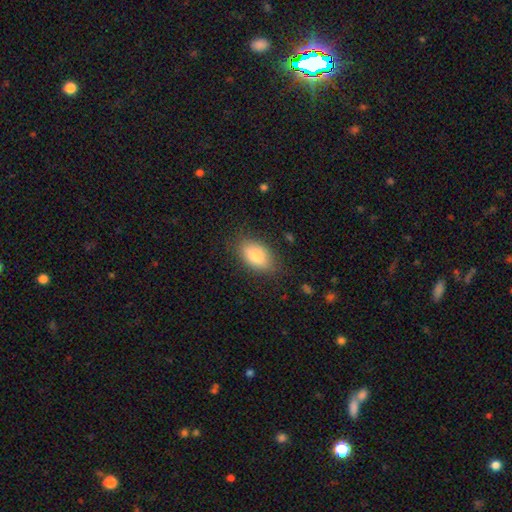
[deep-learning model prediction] Q: Smooth or featured?
A: smooth (81%); runner-up: featured or disk (12%)
Q: How rounded?
A: in between (90%); runner-up: round (7%)
Q: Merging?
A: none (81%); runner-up: minor disturbance (14%)